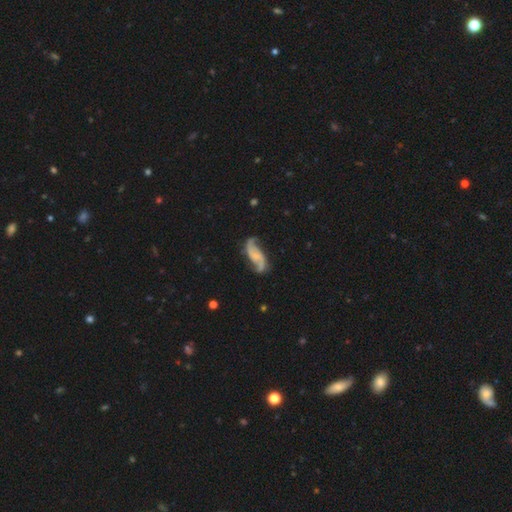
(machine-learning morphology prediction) type=featured or disk (87%); edge-on=no (96%); bar=no (47%); spiral arms=yes (97%); winding=loose (59%); arm count=2 (93%); bulge=small (56%); merging=none (72%).